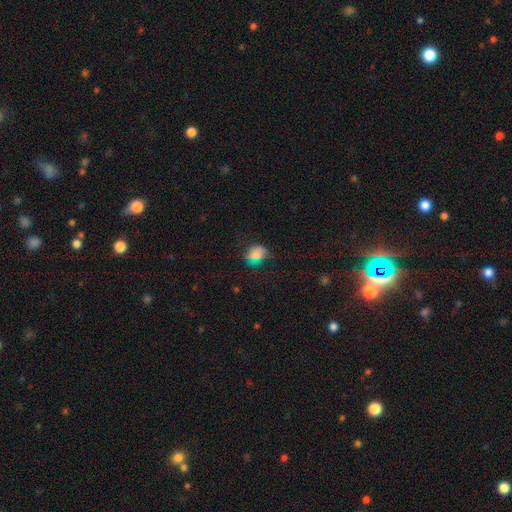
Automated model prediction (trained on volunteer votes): The model was most divided on "how rounded": round: 56%, in between: 42%, cigar-shaped: 2%. More confident: smooth or featured — smooth (68%); merging — none (64%).